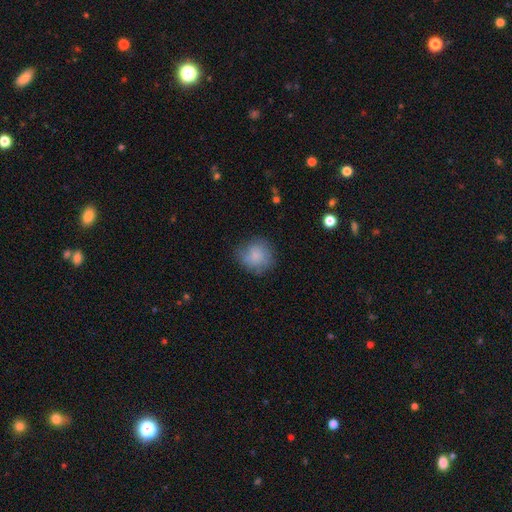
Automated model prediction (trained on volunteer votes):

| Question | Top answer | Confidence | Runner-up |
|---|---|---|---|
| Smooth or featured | smooth | 71% | featured or disk (21%) |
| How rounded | round | 87% | in between (12%) |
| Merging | none | 71% | minor disturbance (20%) |